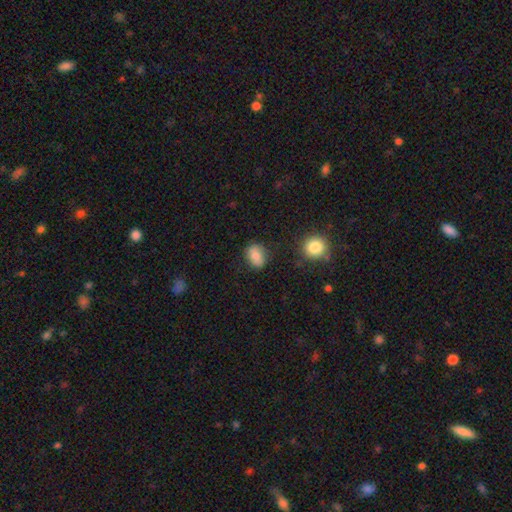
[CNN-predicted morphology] Smooth or featured? Predicted: smooth (p=0.84). How rounded? Predicted: in between (p=0.74). Merging? Predicted: none (p=0.78).